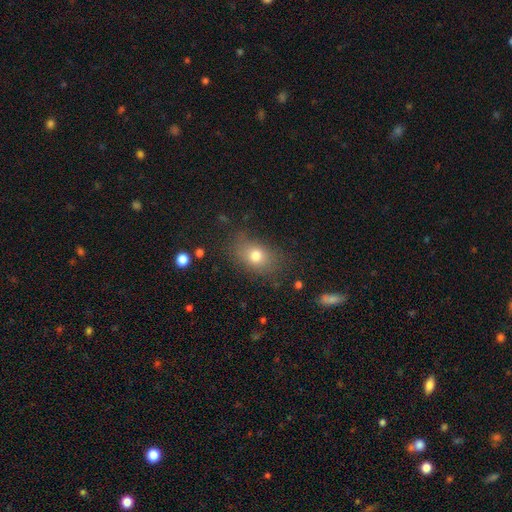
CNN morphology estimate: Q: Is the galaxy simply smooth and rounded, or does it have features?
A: smooth — 74%.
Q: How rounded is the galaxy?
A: in between — 68%.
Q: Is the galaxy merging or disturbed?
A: none — 74%.